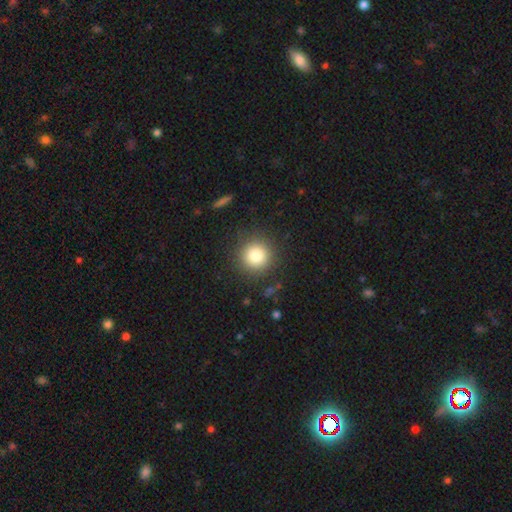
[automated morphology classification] A smooth galaxy with no disk features (83%) that is round (95%). Merging: none (89%).